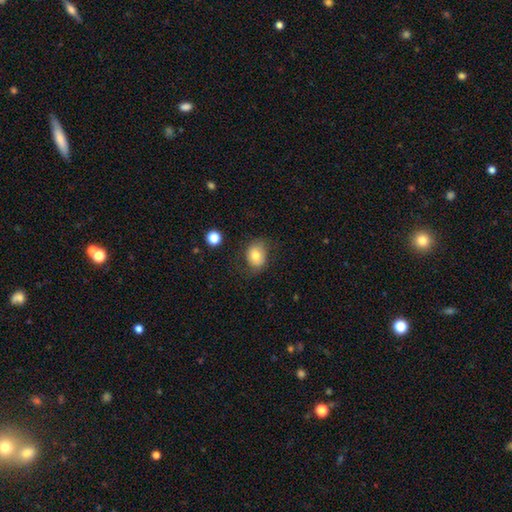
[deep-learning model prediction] This appears to be a smooth galaxy with no disk features (74%) that is round (50%). Merging: none (71%).